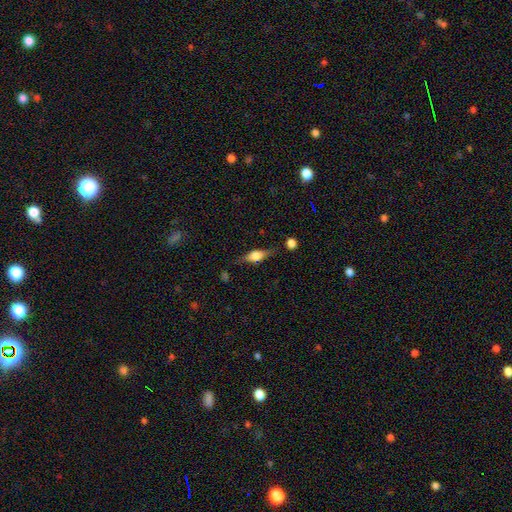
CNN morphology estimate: The model was most divided on "smooth or featured": smooth: 55%, featured or disk: 37%, star or artifact: 8%. More confident: merging — none (72%); how rounded — in between (58%).